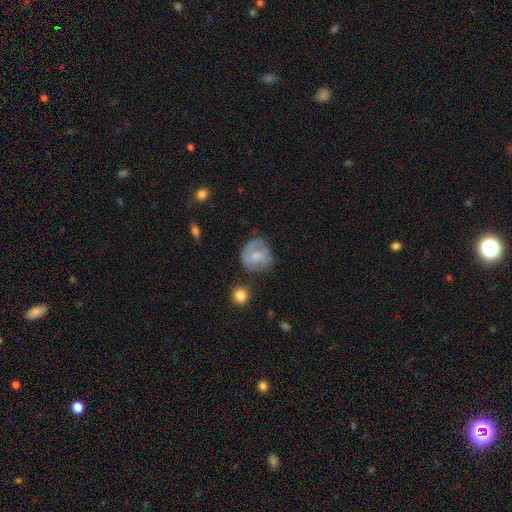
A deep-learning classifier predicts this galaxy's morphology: smooth_or_featured: smooth (p=0.50) [alt: featured or disk p=0.42]
how_rounded: round (p=0.79) [alt: in between p=0.20]
merging: none (p=0.56) [alt: minor disturbance p=0.27]